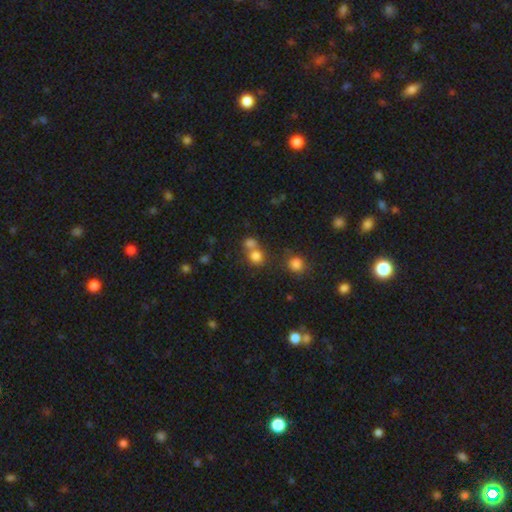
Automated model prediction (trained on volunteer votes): smooth_or_featured: smooth (p=0.75) [alt: star or artifact p=0.16]
how_rounded: round (p=0.84) [alt: in between p=0.15]
merging: none (p=0.48) [alt: merger p=0.41]